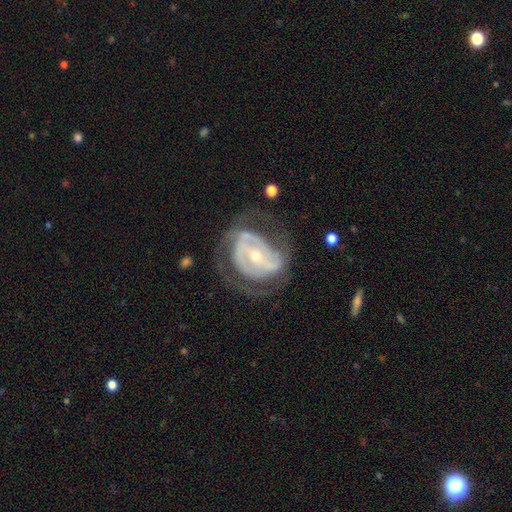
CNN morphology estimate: Smooth or featured?
  - featured or disk: 85% *
  - smooth: 9%
  - star or artifact: 6%
Edge-on disk?
  - no: 96% *
  - yes: 4%
Bar?
  - strong: 38% *
  - weak: 35%
  - no: 27%
Spiral arms?
  - yes: 85% *
  - no: 15%
Spiral winding?
  - tight: 48% *
  - medium: 38%
  - loose: 14%
Spiral arm count?
  - 2: 53% *
  - can't tell: 25%
  - 3: 12%
  - 1: 5%
  - 4: 3%
  - more than 4: 2%
Bulge size?
  - small: 58% *
  - moderate: 38%
  - large: 2%
  - none: 1%
  - dominant: 1%
Merging?
  - none: 55% *
  - major disturbance: 23%
  - minor disturbance: 20%
  - merger: 2%